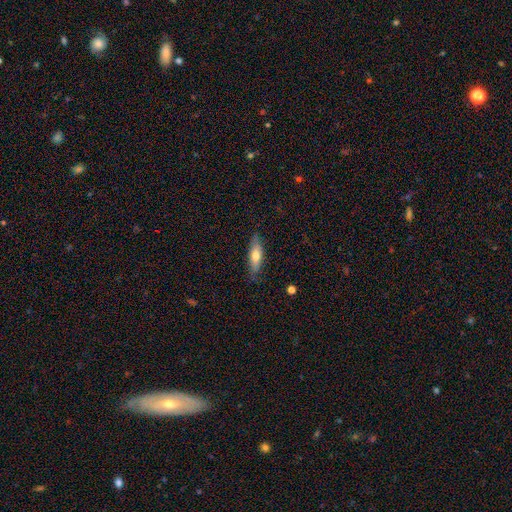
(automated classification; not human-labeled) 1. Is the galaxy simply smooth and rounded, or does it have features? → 63% smooth, 31% featured or disk, 6% star or artifact.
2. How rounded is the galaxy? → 54% cigar-shaped, 44% in between, 2% round.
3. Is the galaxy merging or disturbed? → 82% none, 15% minor disturbance, 3% major disturbance, 1% merger.